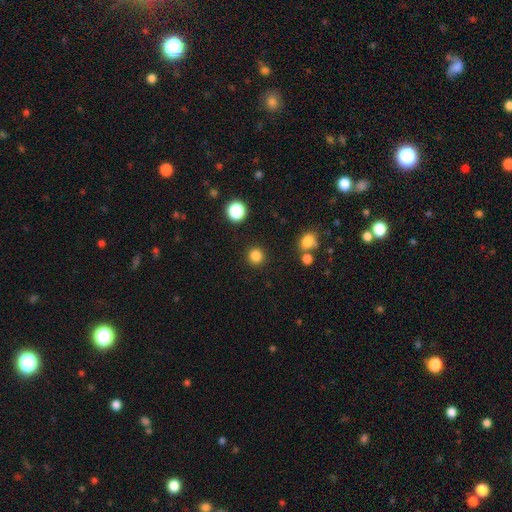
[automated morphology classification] smooth 84%, star or artifact 13%, featured or disk 4%. Down the decision tree: how rounded — round (94%); merging — none (90%).